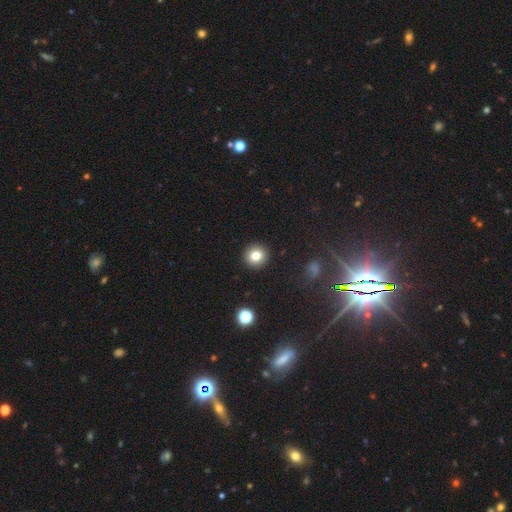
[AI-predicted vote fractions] Smooth or featured?
  - smooth: 80% *
  - star or artifact: 11%
  - featured or disk: 9%
How rounded?
  - round: 92% *
  - in between: 7%
  - cigar-shaped: 1%
Merging?
  - none: 92% *
  - minor disturbance: 5%
  - major disturbance: 2%
  - merger: 1%